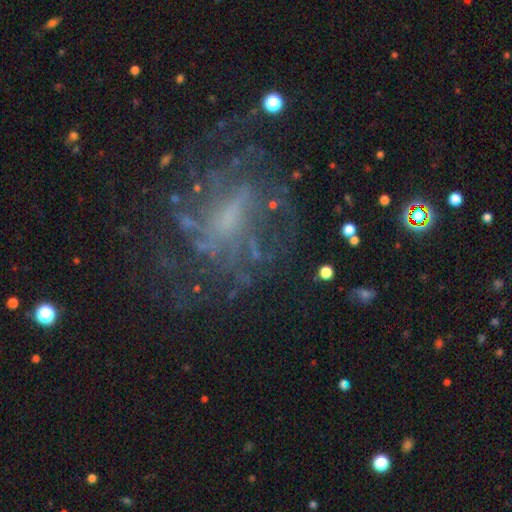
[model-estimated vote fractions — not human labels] A featured or disk galaxy (72%) with no bar (45%), spiral arms (72%) and a small central bulge (35%). Merging: none (58%).